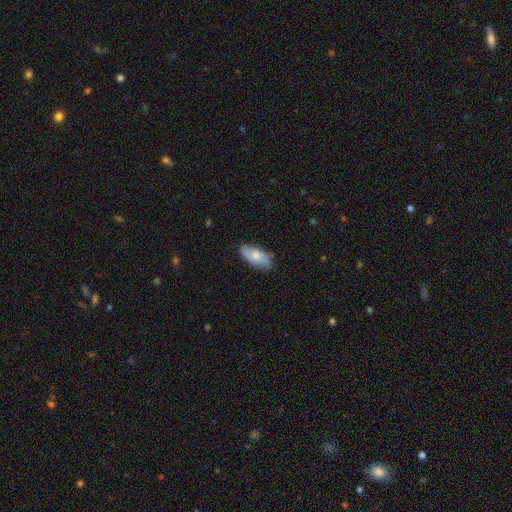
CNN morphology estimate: A smooth galaxy with no disk features (52%) that is in between round and cigar-shaped (86%).

Vote fractions:
- Smooth or featured? smooth: 52% / featured or disk: 41% / star or artifact: 6%
- How rounded? in between: 86% / cigar-shaped: 11% / round: 3%
- Merging? none: 76% / minor disturbance: 19% / major disturbance: 4% / merger: 1%